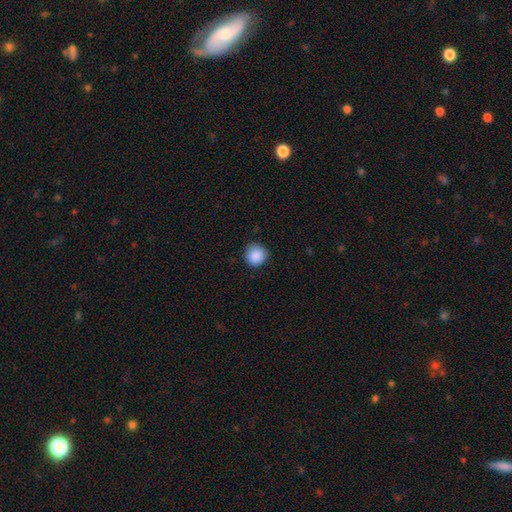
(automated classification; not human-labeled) This appears to be a smooth galaxy with no disk features (89%) that is round (92%). Merging: none (85%).